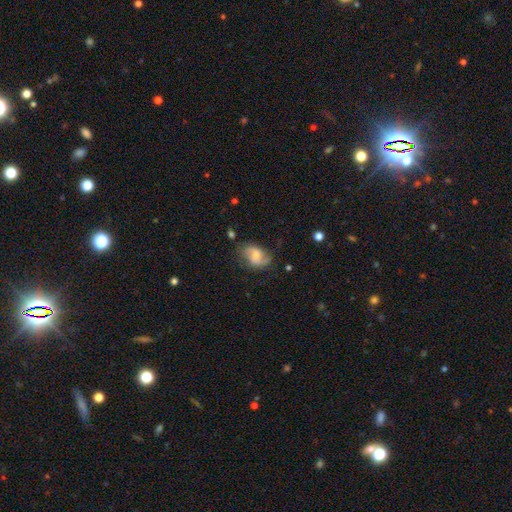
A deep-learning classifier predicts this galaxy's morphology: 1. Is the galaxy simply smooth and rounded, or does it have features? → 58% featured or disk, 34% smooth, 8% star or artifact.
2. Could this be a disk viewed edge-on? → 97% no, 3% yes.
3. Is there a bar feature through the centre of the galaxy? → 47% no, 42% weak, 11% strong.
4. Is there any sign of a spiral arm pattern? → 89% yes, 11% no.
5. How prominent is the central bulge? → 36% small, 33% moderate, 21% none, 8% large, 2% dominant.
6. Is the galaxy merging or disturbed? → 61% none, 25% minor disturbance, 11% major disturbance, 3% merger.